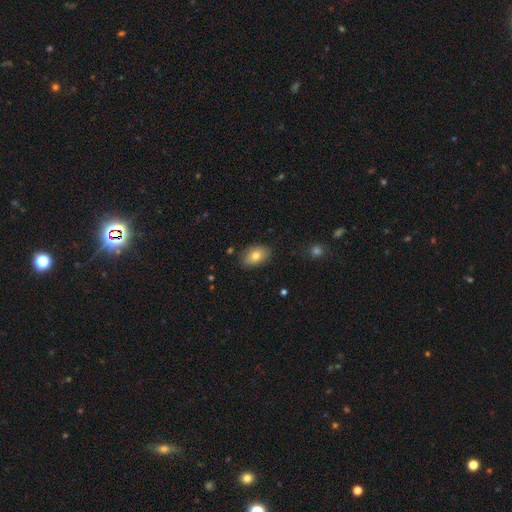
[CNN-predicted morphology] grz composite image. It shows a smooth galaxy with no disk features (77%) that is in between round and cigar-shaped (88%). Merging: none (83%).